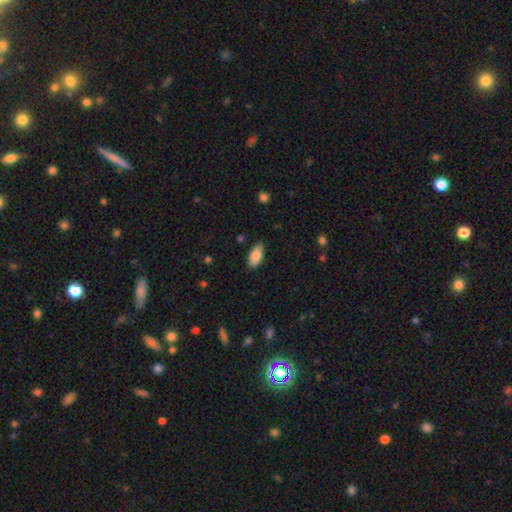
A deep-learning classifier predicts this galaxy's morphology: Smooth or featured? Predicted: smooth (p=0.83). How rounded? Predicted: in between (p=0.90). Merging? Predicted: none (p=0.82).